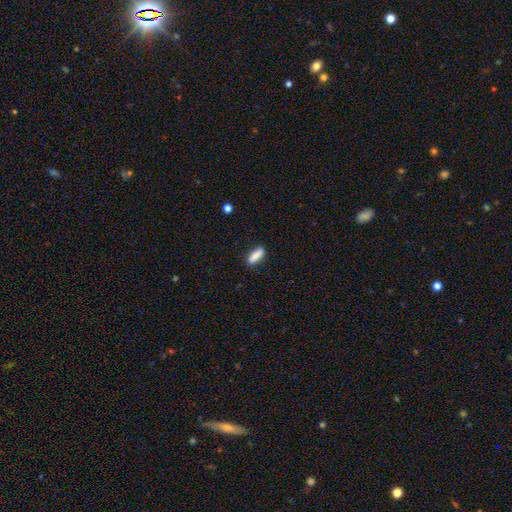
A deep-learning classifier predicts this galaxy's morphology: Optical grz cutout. It shows a smooth galaxy with no disk features (86%) that is in between round and cigar-shaped (58%). Merging: none (85%).